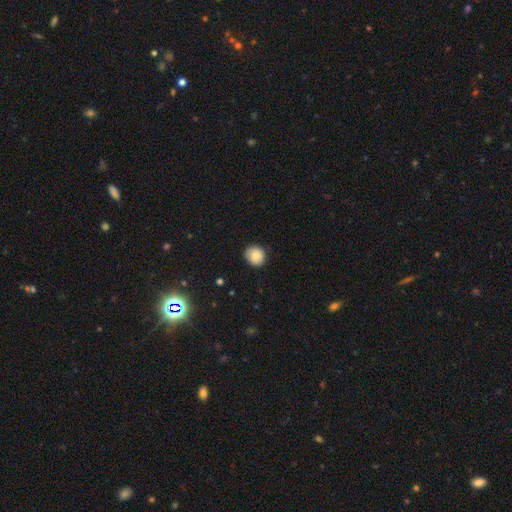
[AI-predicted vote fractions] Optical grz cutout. It shows a smooth galaxy with no disk features (82%) that is round (82%). Merging: none (83%).